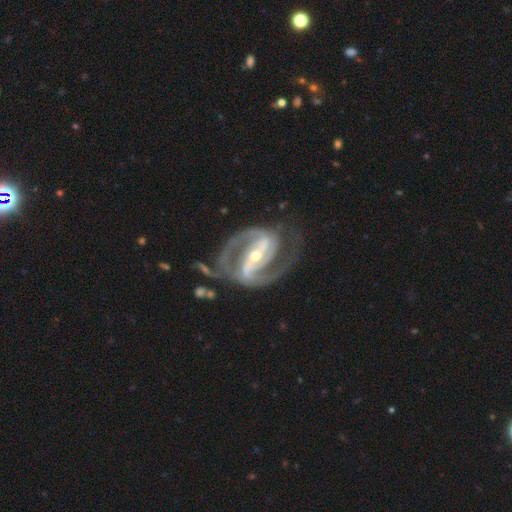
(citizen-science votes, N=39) This is clearly a featured or disk galaxy (92%). It is clearly not viewed edge-on (92%). Bar: likely strong (73%). Spiral arm pattern: clearly yes (100%). Spiral arm count: clearly 2 (97%). Spiral winding: possibly medium (52%). Central bulge: likely small (70%). Merging: likely none (70%).